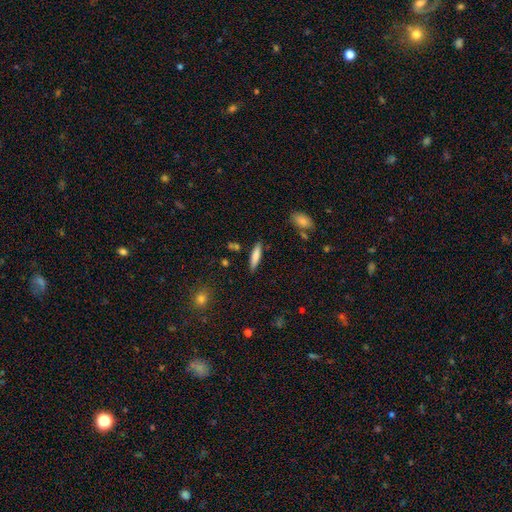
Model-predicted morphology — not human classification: A smooth galaxy with no disk features (76%) that is cigar-shaped (81%).

Vote fractions:
- Smooth or featured? smooth: 76% / featured or disk: 18% / star or artifact: 7%
- How rounded? cigar-shaped: 81% / in between: 17% / round: 2%
- Merging? none: 85% / minor disturbance: 10% / merger: 3% / major disturbance: 2%